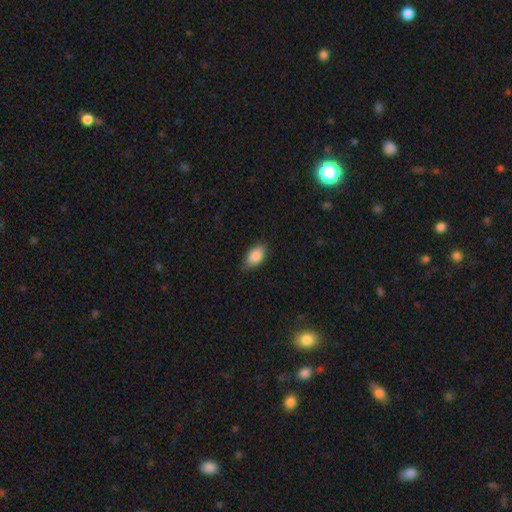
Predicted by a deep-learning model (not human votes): smooth-or-featured: smooth: 87% | star or artifact: 7% | featured or disk: 6%
  how-rounded: in between: 93% | round: 5% | cigar-shaped: 2%
  merging: none: 80% | minor disturbance: 17% | major disturbance: 3% | merger: 1%